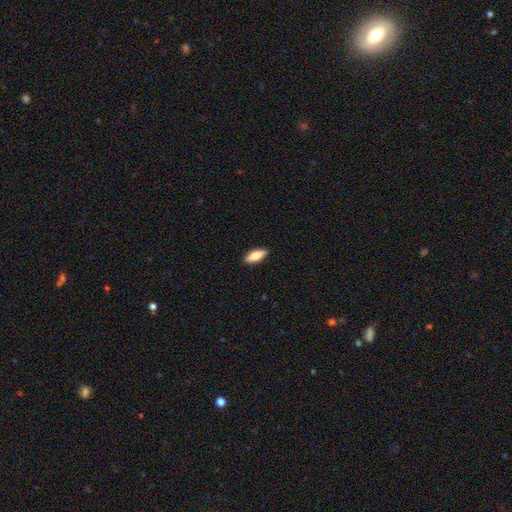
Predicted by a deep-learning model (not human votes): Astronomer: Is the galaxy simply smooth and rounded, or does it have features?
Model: smooth — 79%.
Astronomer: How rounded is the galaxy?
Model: in between — 72%.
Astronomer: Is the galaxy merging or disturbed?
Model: none — 90%.